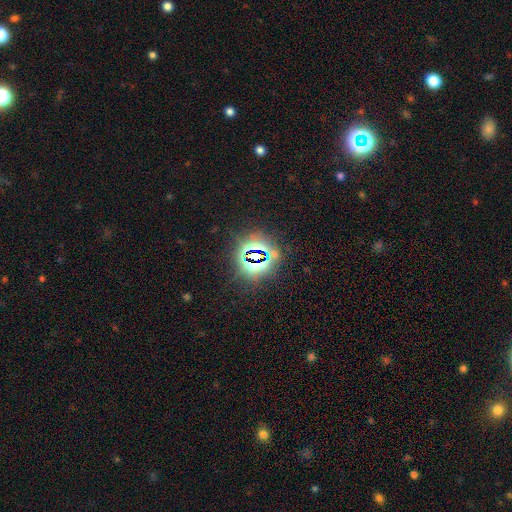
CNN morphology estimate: A star or artifact, not a galaxy (76%).